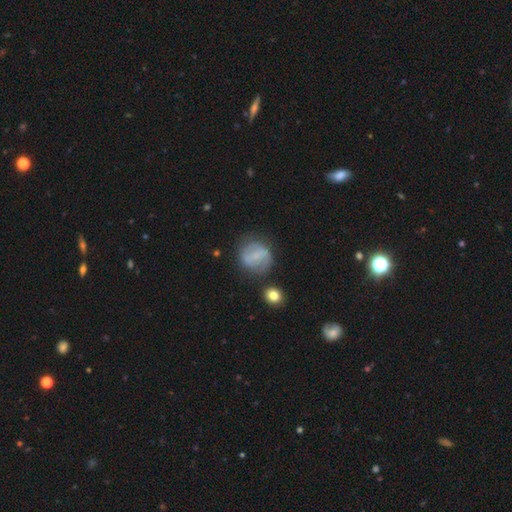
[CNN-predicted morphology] Smooth or featured: featured or disk — 46% (smooth — 45%)
Merging: none — 70% (minor disturbance — 19%)